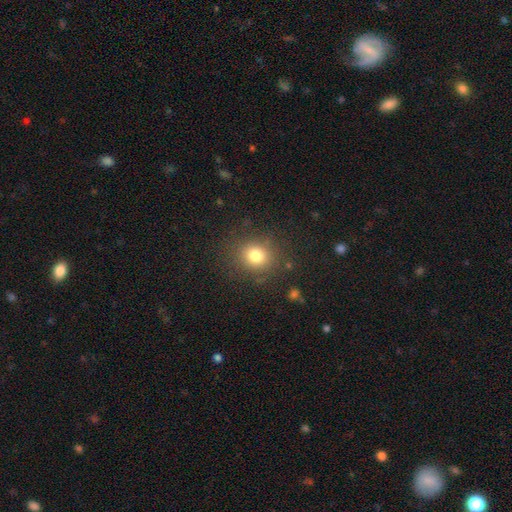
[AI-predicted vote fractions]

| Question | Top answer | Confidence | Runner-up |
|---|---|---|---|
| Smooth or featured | smooth | 79% | star or artifact (14%) |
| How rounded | round | 82% | in between (17%) |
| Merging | none | 84% | minor disturbance (10%) |